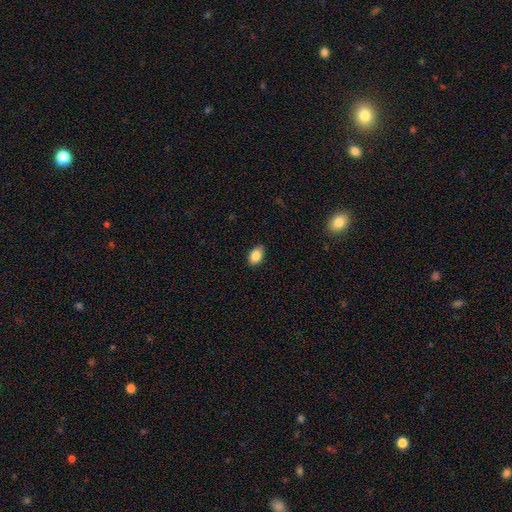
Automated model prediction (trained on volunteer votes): This is clearly a smooth galaxy (87%). How rounded: clearly in between (86%). Merging: clearly none (84%).